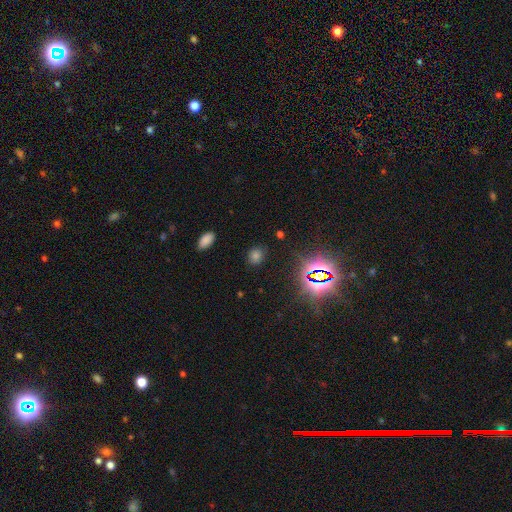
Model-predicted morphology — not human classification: smooth 53%, star or artifact 40%, featured or disk 7%. Down the decision tree: how rounded — round (50%); merging — none (84%).